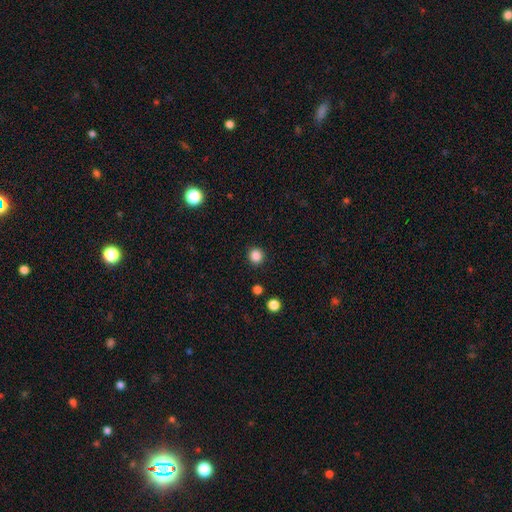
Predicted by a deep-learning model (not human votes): This appears to be a smooth galaxy with no disk features (86%) that is round (92%). Merging: none (91%).